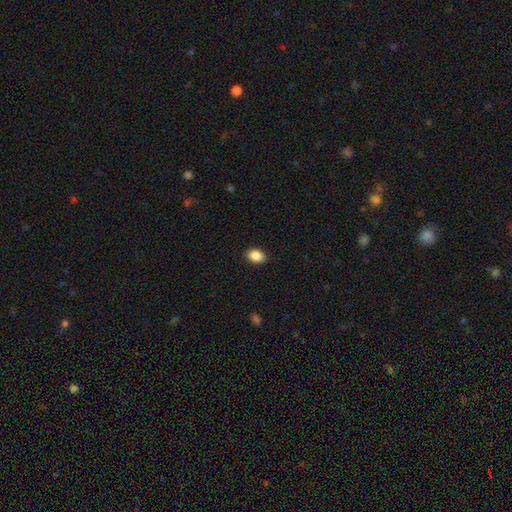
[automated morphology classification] smooth 88%, star or artifact 8%, featured or disk 4%. Down the decision tree: how rounded — in between (84%); merging — none (89%).